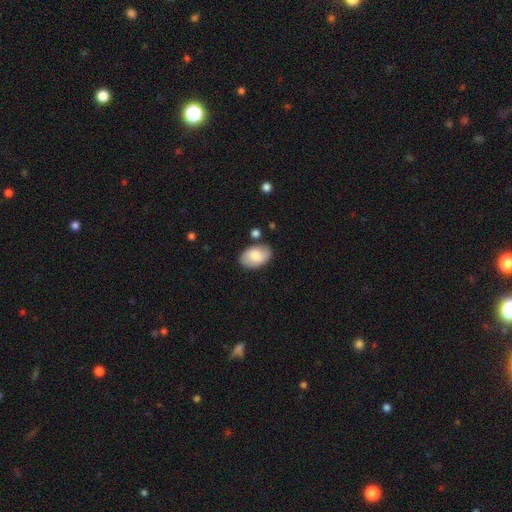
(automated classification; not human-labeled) Overall: smooth (77%). How rounded: in between (90%). Merging: none (79%).